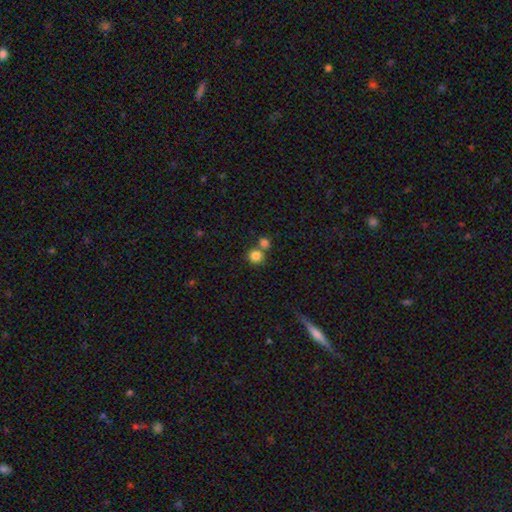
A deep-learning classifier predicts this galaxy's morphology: This appears to be a smooth galaxy with no disk features (83%) that is round (89%). Merging: none (58%).